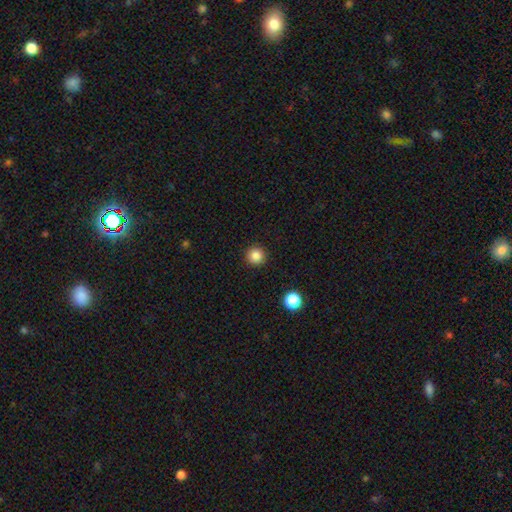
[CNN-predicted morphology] smooth_or_featured: smooth (p=0.85) [alt: star or artifact p=0.11]
how_rounded: round (p=0.96) [alt: in between p=0.03]
merging: none (p=0.93) [alt: minor disturbance p=0.05]